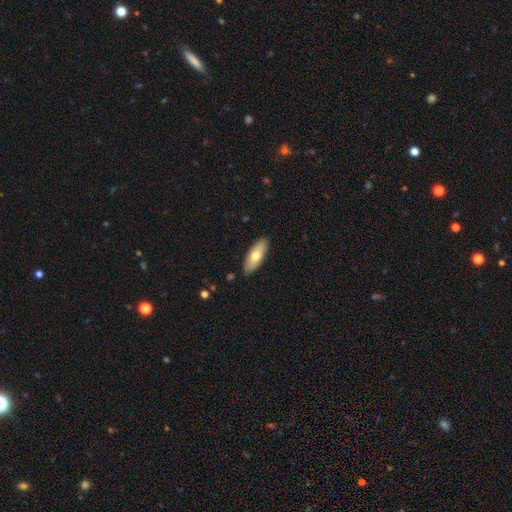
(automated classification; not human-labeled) A smooth galaxy with no disk features (68%) that is in between round and cigar-shaped (71%).

Vote fractions:
- Smooth or featured? smooth: 68% / featured or disk: 27% / star or artifact: 6%
- How rounded? in between: 71% / cigar-shaped: 27% / round: 2%
- Merging? none: 88% / minor disturbance: 9% / major disturbance: 2% / merger: 1%